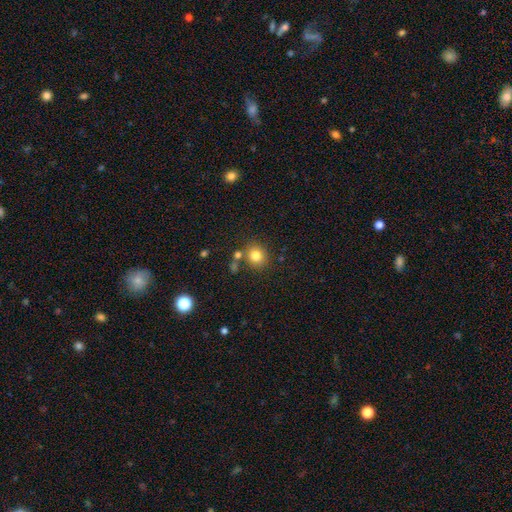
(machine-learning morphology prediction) smooth-or-featured: smooth: 81% | star or artifact: 12% | featured or disk: 8%
  how-rounded: round: 82% | in between: 17% | cigar-shaped: 1%
  merging: none: 76% | merger: 10% | minor disturbance: 10% | major disturbance: 3%